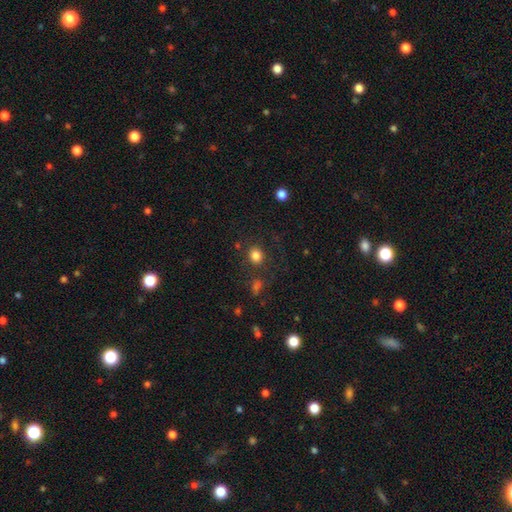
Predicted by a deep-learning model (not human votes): smooth_or_featured: smooth (p=0.82) [alt: star or artifact p=0.12]
how_rounded: round (p=0.73) [alt: in between p=0.26]
merging: none (p=0.82) [alt: minor disturbance p=0.10]